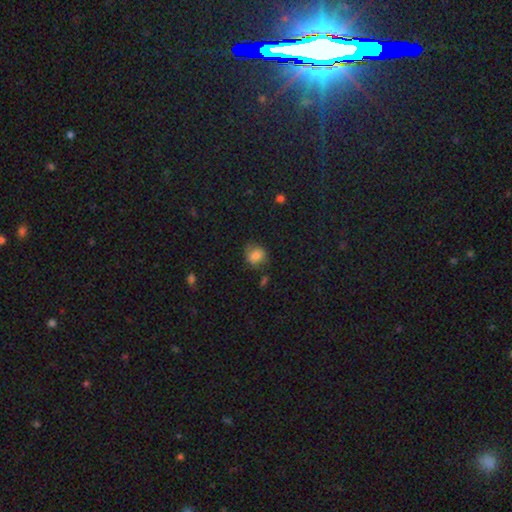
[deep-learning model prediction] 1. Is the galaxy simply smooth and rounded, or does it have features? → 81% smooth, 10% star or artifact, 9% featured or disk.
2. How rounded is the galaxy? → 68% round, 31% in between, 1% cigar-shaped.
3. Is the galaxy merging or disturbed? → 66% none, 24% minor disturbance, 8% major disturbance, 3% merger.